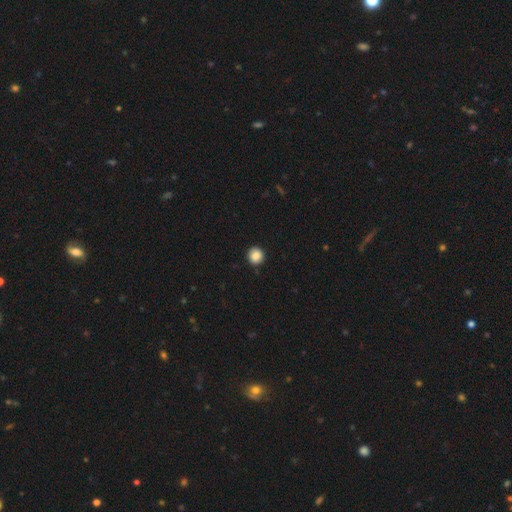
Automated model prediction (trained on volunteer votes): Smooth or featured?
  - smooth: 88% *
  - star or artifact: 9%
  - featured or disk: 3%
How rounded?
  - round: 92% *
  - in between: 7%
  - cigar-shaped: 1%
Merging?
  - none: 91% *
  - minor disturbance: 6%
  - major disturbance: 2%
  - merger: 1%